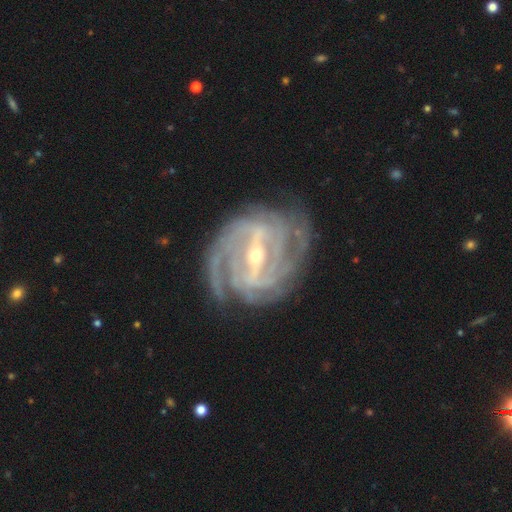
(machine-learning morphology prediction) Smooth or featured? Predicted: featured or disk (p=0.92). Edge-on disk? Predicted: no (p=0.97). Bar? Predicted: strong (p=0.65). Spiral arms? Predicted: yes (p=0.98). Spiral winding? Predicted: tight (p=0.65). Spiral arm count? Predicted: 4 (p=0.23, tied with 3). Bulge size? Predicted: small (p=0.65). Merging? Predicted: none (p=0.76).